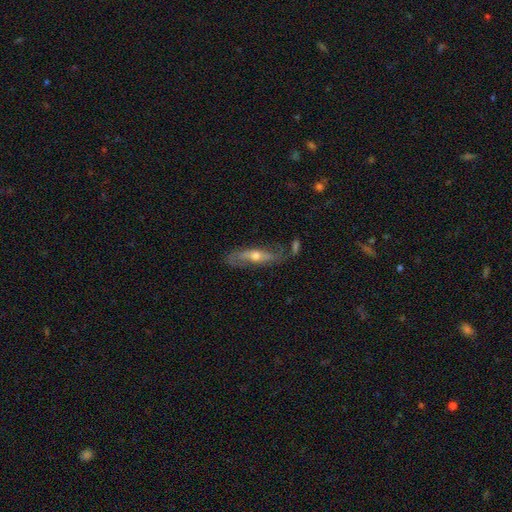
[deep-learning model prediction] smooth-or-featured: featured or disk: 71% | smooth: 22% | star or artifact: 8%
  disk-edge-on: yes: 50% (tied) | no: 50% (tied)
  merging: none: 69% | minor disturbance: 19% | major disturbance: 7% | merger: 5%